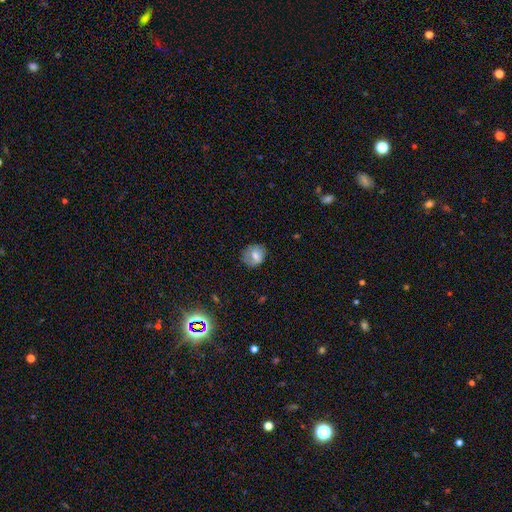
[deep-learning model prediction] smooth_or_featured: smooth (p=0.69) [alt: featured or disk p=0.22]
how_rounded: round (p=0.72) [alt: in between p=0.27]
merging: none (p=0.70) [alt: minor disturbance p=0.22]